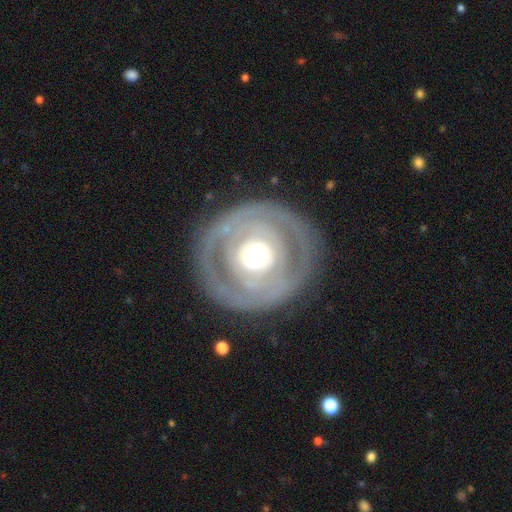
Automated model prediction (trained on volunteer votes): This is likely a featured or disk galaxy (70%). It is clearly not viewed edge-on (96%). Bar: likely no (74%). Spiral arm pattern: possibly no (57%). Central bulge: likely moderate (62%). Merging: clearly none (81%).